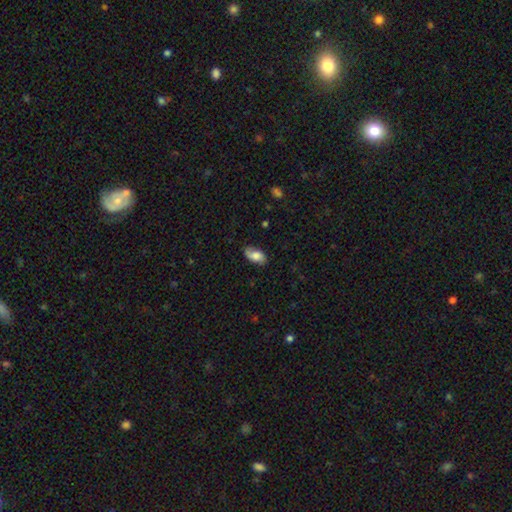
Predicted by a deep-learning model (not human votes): A smooth galaxy with no disk features (63%) that is in between round and cigar-shaped (92%).

Vote fractions:
- Smooth or featured? smooth: 63% / featured or disk: 29% / star or artifact: 8%
- How rounded? in between: 92% / round: 5% / cigar-shaped: 3%
- Merging? none: 75% / minor disturbance: 20% / major disturbance: 5% / merger: 1%